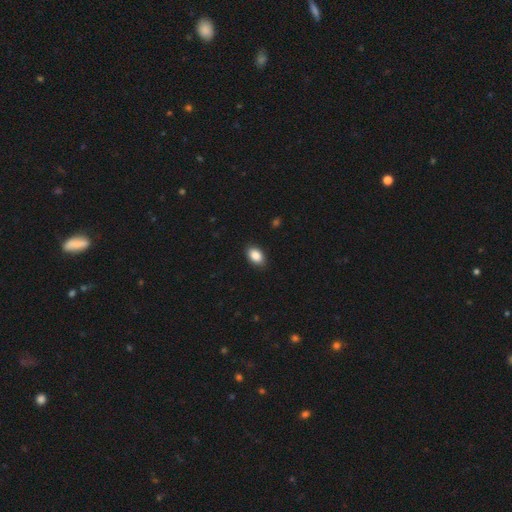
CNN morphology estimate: This appears to be a smooth galaxy with no disk features (88%) that is in between round and cigar-shaped (89%). Merging: none (88%).